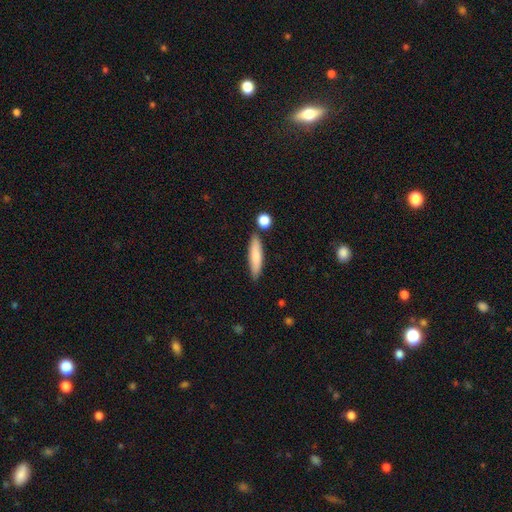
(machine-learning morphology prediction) This appears to be a smooth galaxy with no disk features (80%) that is cigar-shaped (76%). Merging: none (81%).